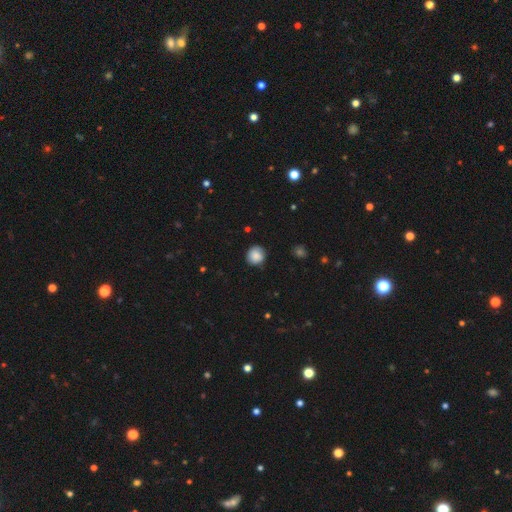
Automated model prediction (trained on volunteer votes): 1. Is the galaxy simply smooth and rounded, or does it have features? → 86% smooth, 8% star or artifact, 5% featured or disk.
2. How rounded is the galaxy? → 91% round, 8% in between, 1% cigar-shaped.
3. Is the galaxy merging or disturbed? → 85% none, 11% minor disturbance, 2% major disturbance, 1% merger.